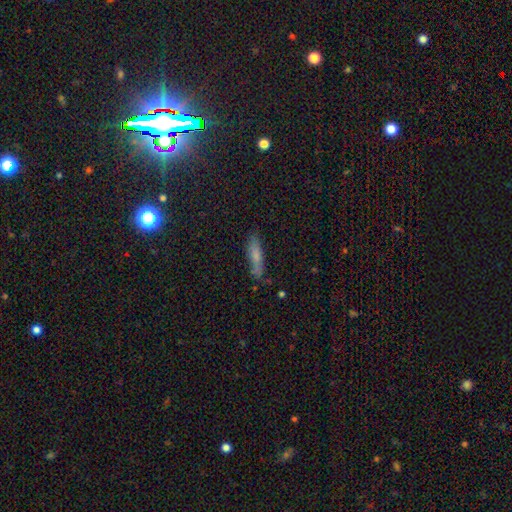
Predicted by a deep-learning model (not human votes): Smooth or featured: smooth — 70% (featured or disk — 20%)
How rounded: cigar-shaped — 74% (in between — 24%)
Merging: none — 75% (minor disturbance — 18%)